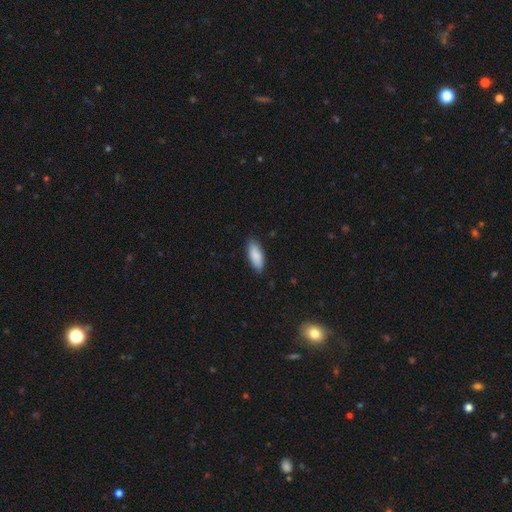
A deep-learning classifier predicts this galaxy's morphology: This is clearly a smooth galaxy (88%). How rounded: clearly in between (82%). Merging: clearly none (85%).